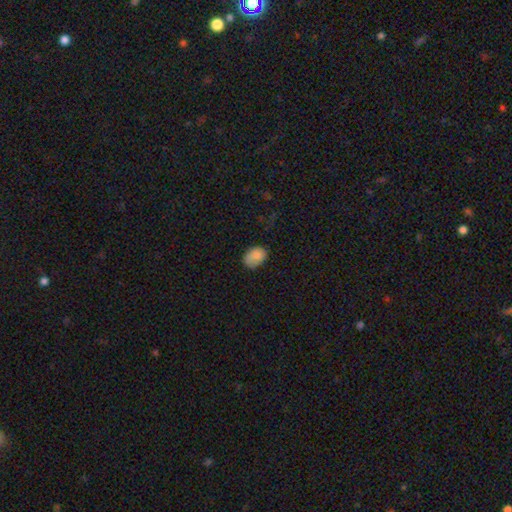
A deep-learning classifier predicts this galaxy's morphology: This appears to be a smooth galaxy with no disk features (84%) that is in between round and cigar-shaped (77%). Merging: none (64%).